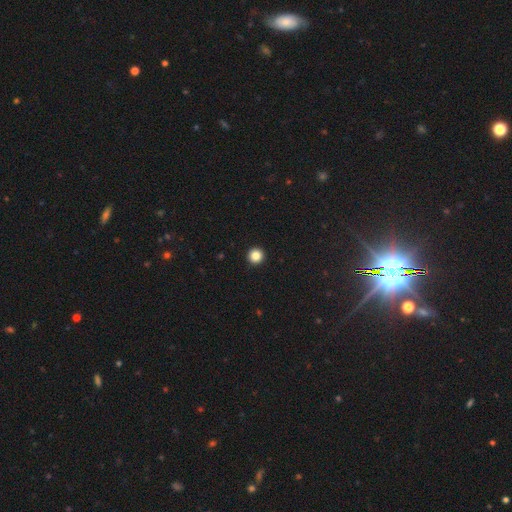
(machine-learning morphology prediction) smooth_or_featured: smooth (p=0.86) [alt: star or artifact p=0.11]
how_rounded: round (p=0.96) [alt: in between p=0.03]
merging: none (p=0.94) [alt: minor disturbance p=0.03]